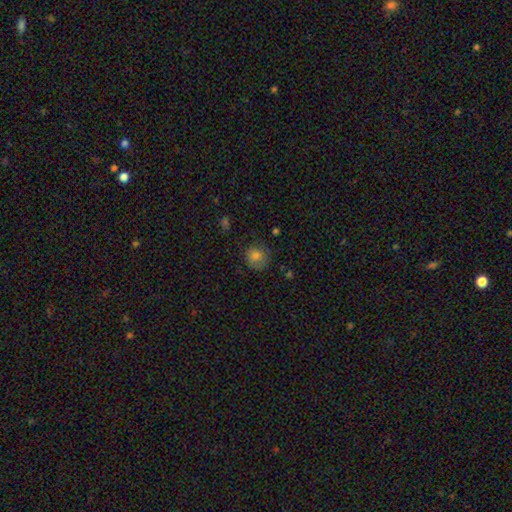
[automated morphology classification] Overall: smooth (75%). How rounded: round (84%). Merging: none (70%).